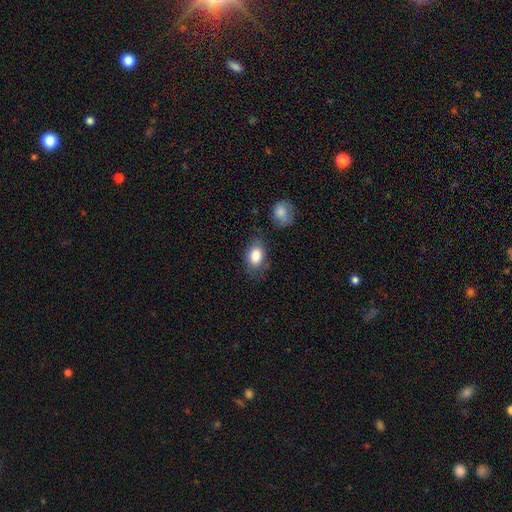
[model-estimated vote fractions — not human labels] Overall: smooth (84%). How rounded: in between (83%). Merging: none (68%).